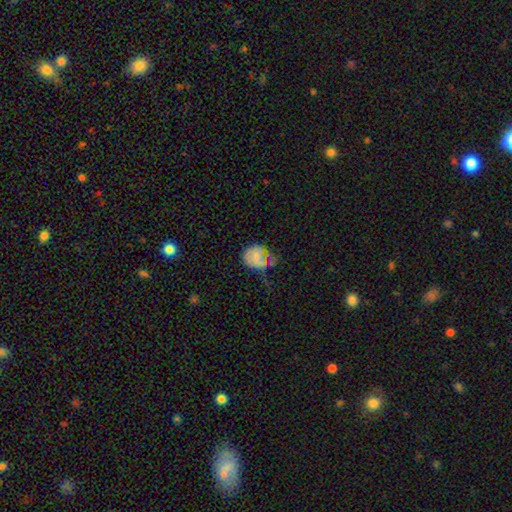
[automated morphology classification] Smooth or featured: smooth — 64% (featured or disk — 26%)
How rounded: round — 54% (in between — 45%)
Merging: minor disturbance — 36% (major disturbance — 29%)